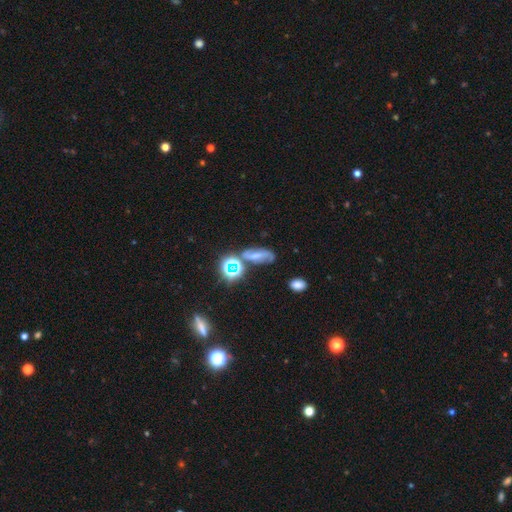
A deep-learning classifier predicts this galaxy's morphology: A featured or disk galaxy (45%).

Vote fractions:
- Smooth or featured? featured or disk: 45% / smooth: 31% / star or artifact: 24%
- Merging? none: 59% / minor disturbance: 20% / merger: 11% / major disturbance: 10%